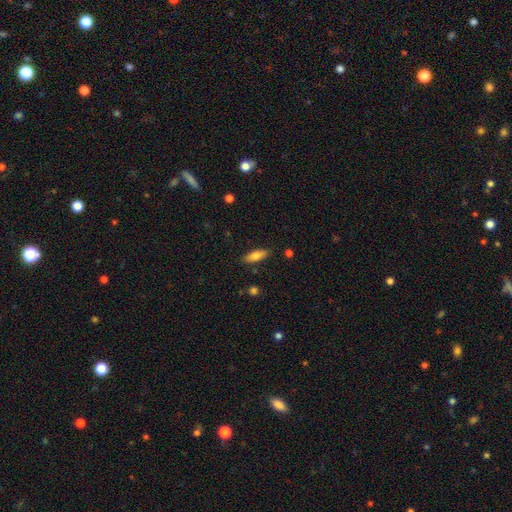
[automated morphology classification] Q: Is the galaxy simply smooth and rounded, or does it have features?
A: smooth — 76%.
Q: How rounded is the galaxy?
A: in between — 61%.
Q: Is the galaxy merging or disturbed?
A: none — 86%.